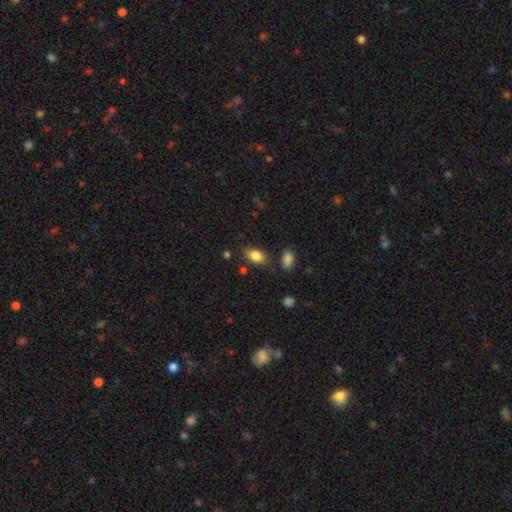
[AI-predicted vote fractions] This is clearly a smooth galaxy (84%). How rounded: clearly in between (91%). Merging: likely none (79%).